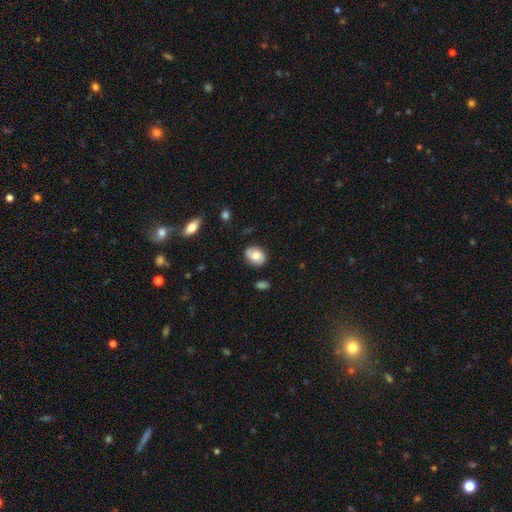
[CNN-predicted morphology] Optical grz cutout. It shows a smooth galaxy with no disk features (71%) that is in between round and cigar-shaped (66%). Merging: none (82%).